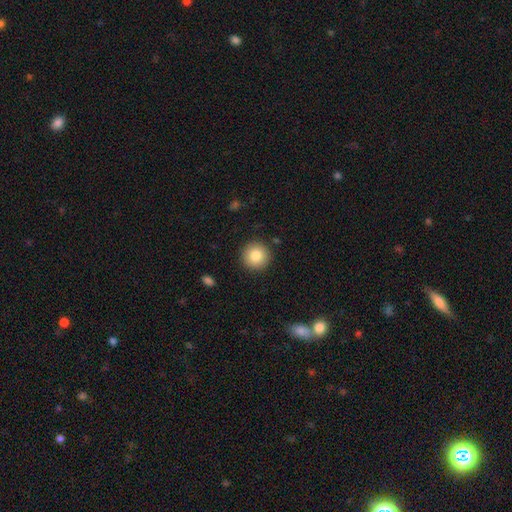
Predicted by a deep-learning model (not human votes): Smooth or featured? Predicted: smooth (p=0.83). How rounded? Predicted: round (p=0.96). Merging? Predicted: none (p=0.91).